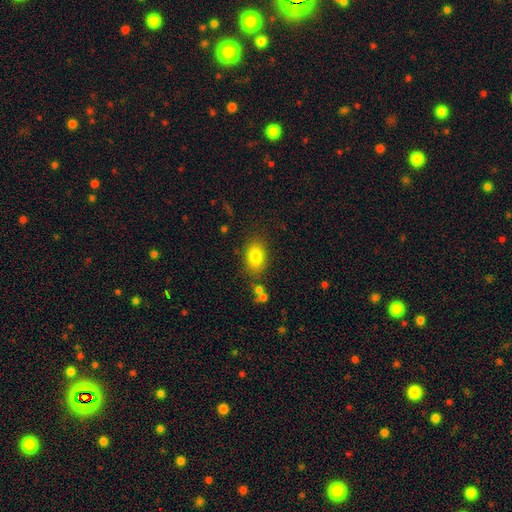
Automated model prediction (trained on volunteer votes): This appears to be a smooth galaxy with no disk features (73%) that is in between round and cigar-shaped (72%). Merging: none (81%).